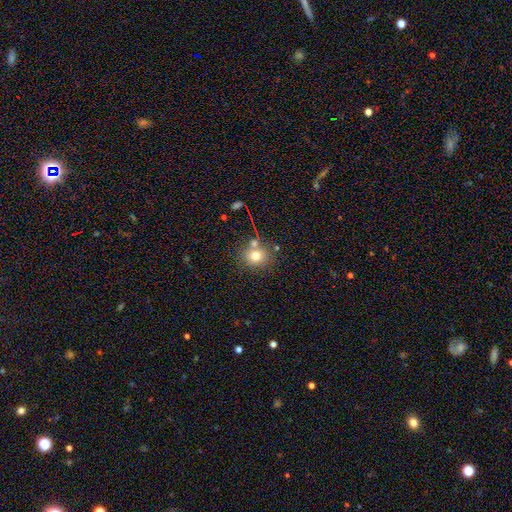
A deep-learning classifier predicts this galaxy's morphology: Overall: smooth (75%). How rounded: round (77%). Merging: none (68%).